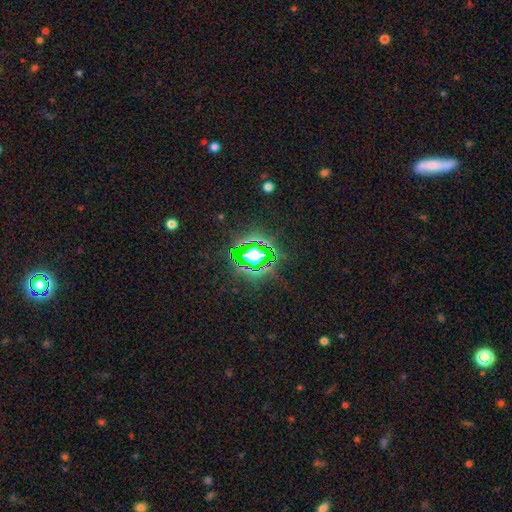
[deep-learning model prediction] Q: Smooth or featured?
A: star or artifact (78%); runner-up: smooth (13%)